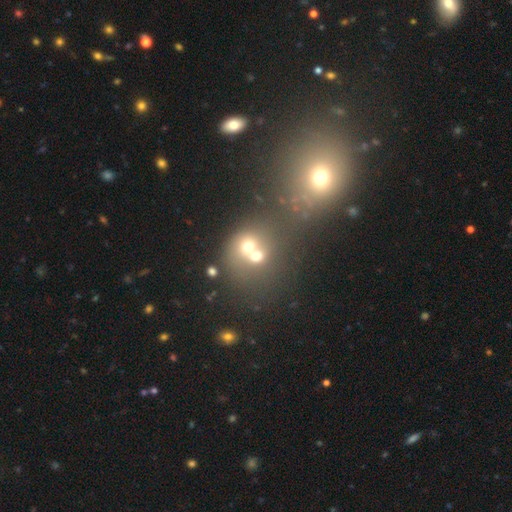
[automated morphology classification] This appears to be a smooth galaxy with no disk features (59%) that is round (72%). Merging: merger (61%).